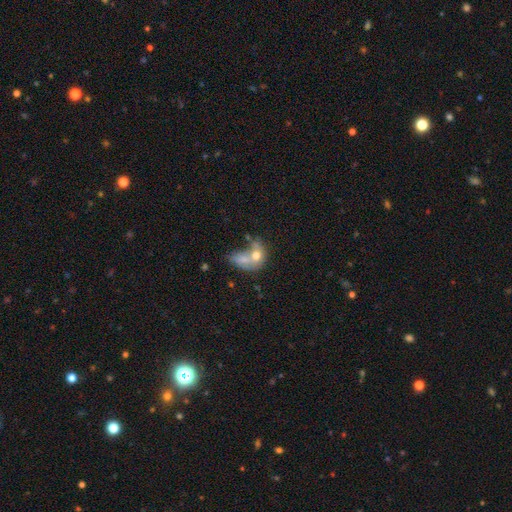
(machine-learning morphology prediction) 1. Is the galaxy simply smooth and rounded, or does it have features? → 52% smooth, 33% featured or disk, 15% star or artifact.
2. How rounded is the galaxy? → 56% in between, 40% round, 4% cigar-shaped.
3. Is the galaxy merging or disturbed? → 67% merger, 17% none, 10% major disturbance, 7% minor disturbance.